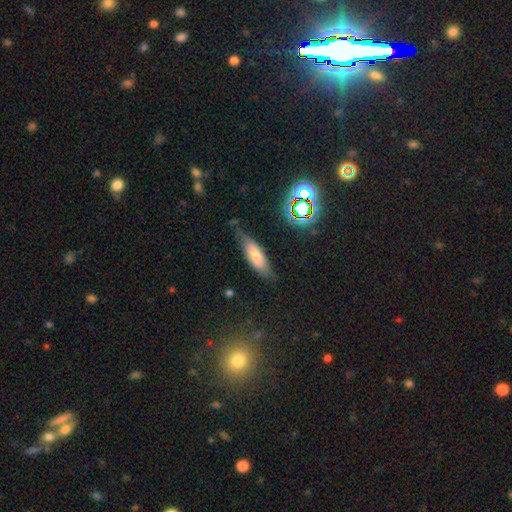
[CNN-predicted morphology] Smooth or featured: smooth — 68% (featured or disk — 22%)
How rounded: in between — 54% (cigar-shaped — 44%)
Merging: none — 65% (minor disturbance — 26%)